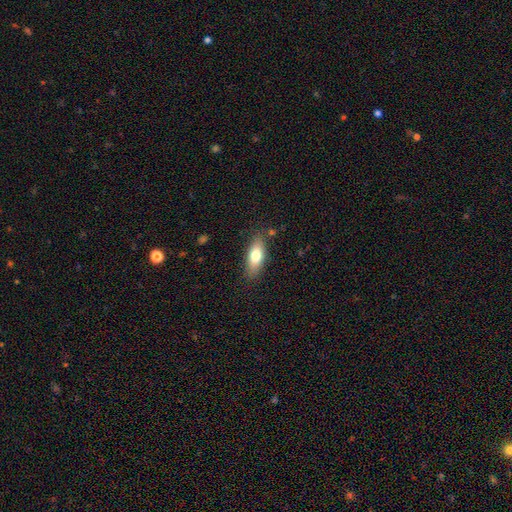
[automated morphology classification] Smooth or featured? smooth (74%)
How rounded? in between (72%)
Merging? none (82%)